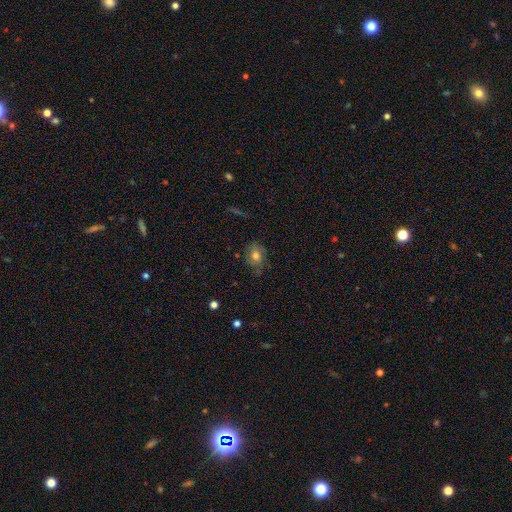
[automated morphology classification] The model was most divided on "how rounded" (2-way tie): in between: 49%, round: 49%, cigar-shaped: 2%. More confident: merging — none (66%); smooth or featured — smooth (65%).